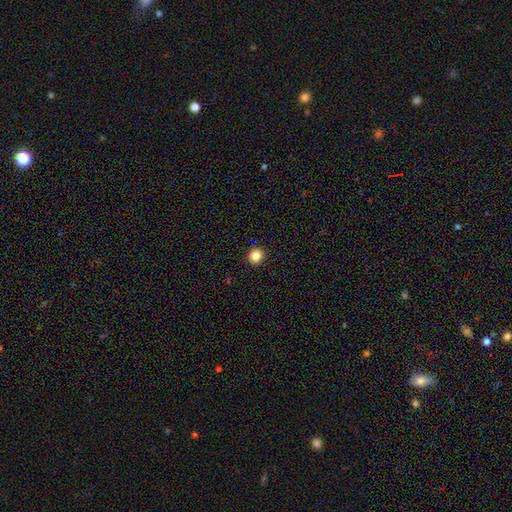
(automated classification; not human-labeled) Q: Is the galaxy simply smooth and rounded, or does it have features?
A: smooth — 85%.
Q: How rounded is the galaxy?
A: round — 93%.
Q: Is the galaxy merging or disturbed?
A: none — 94%.